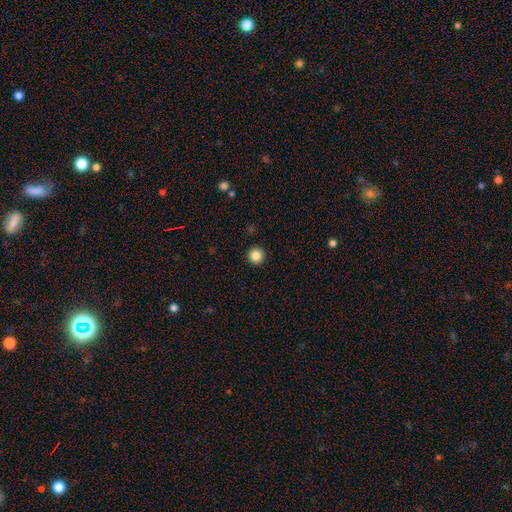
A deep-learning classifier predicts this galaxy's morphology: The model was most divided on "smooth or featured": smooth: 86%, star or artifact: 10%, featured or disk: 4%. More confident: how rounded — round (96%); merging — none (93%).